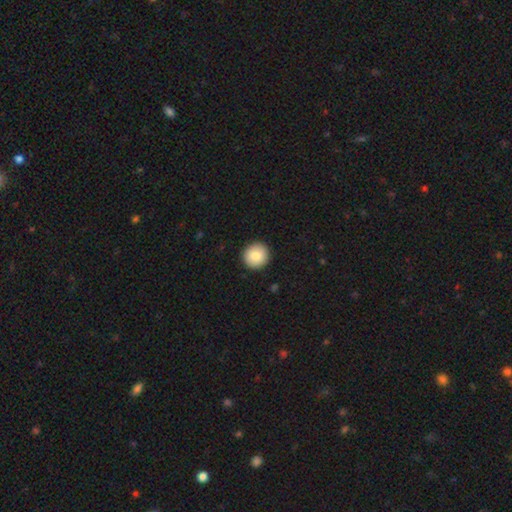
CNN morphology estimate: Overall: smooth (86%). How rounded: round (95%). Merging: none (93%).